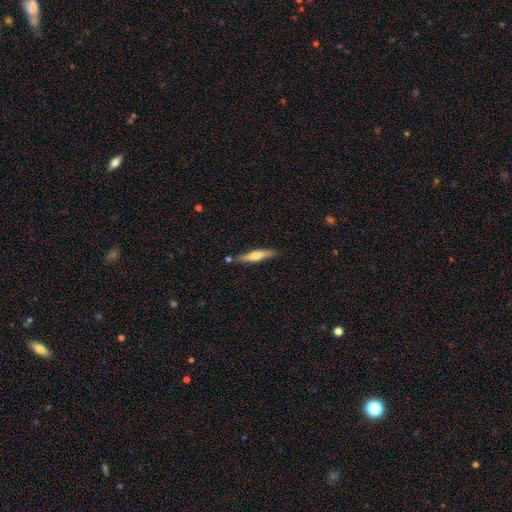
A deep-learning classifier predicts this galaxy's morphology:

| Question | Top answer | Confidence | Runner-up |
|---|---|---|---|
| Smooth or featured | smooth | 50% | featured or disk (44%) |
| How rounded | cigar-shaped | 86% | in between (12%) |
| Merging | none | 78% | minor disturbance (13%) |